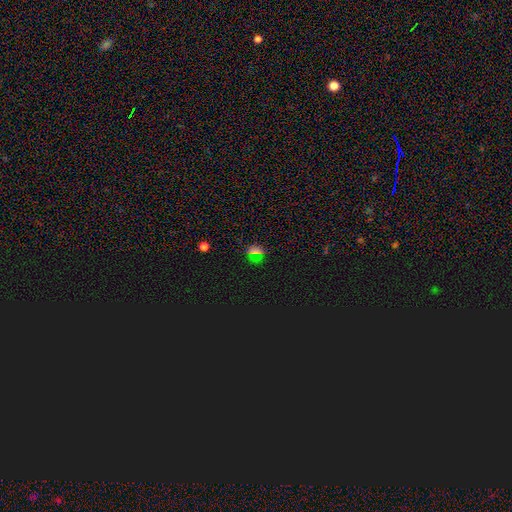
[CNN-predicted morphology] Smooth or featured?
  - star or artifact: 48% *
  - smooth: 44%
  - featured or disk: 7%